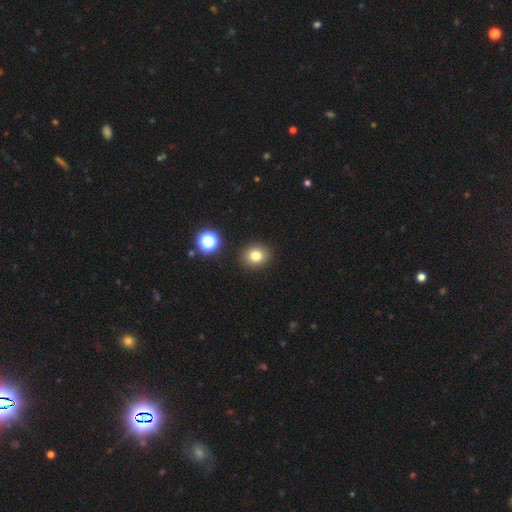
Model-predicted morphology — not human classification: type=smooth (79%); roundness=round (75%); merging=none (89%).